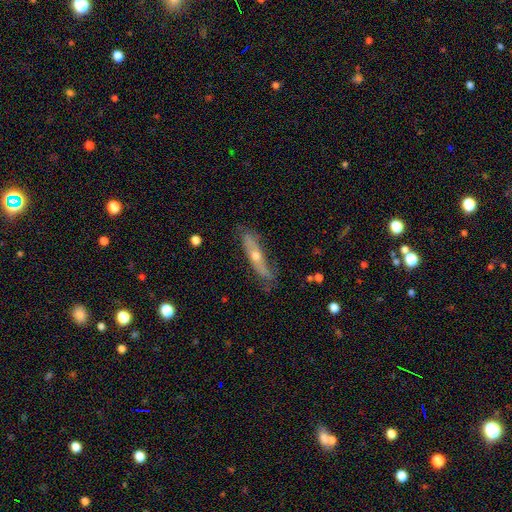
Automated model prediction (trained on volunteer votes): Smooth or featured?
  - featured or disk: 58% *
  - smooth: 36%
  - star or artifact: 7%
Edge-on disk?
  - yes: 69% *
  - no: 31%
Merging?
  - none: 71% *
  - minor disturbance: 22%
  - major disturbance: 6%
  - merger: 2%